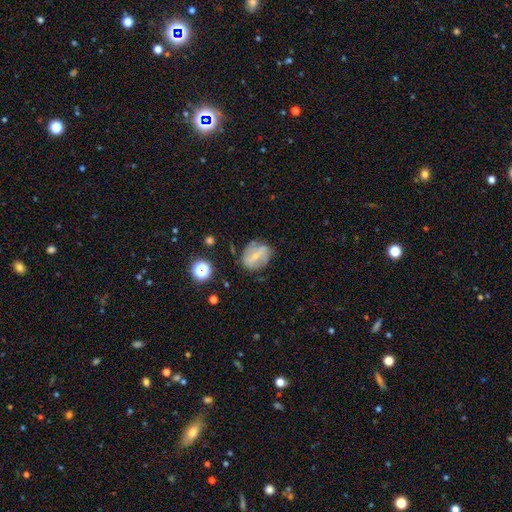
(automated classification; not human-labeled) A featured or disk galaxy (47%).

Vote fractions:
- Smooth or featured? featured or disk: 47% / smooth: 43% / star or artifact: 10%
- Merging? none: 67% / minor disturbance: 22% / major disturbance: 8% / merger: 3%